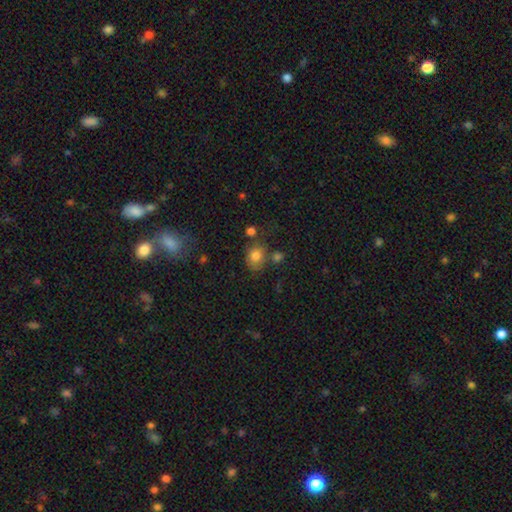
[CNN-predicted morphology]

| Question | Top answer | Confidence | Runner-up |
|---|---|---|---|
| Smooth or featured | smooth | 80% | star or artifact (11%) |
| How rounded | round | 57% | in between (42%) |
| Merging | none | 61% | minor disturbance (19%) |